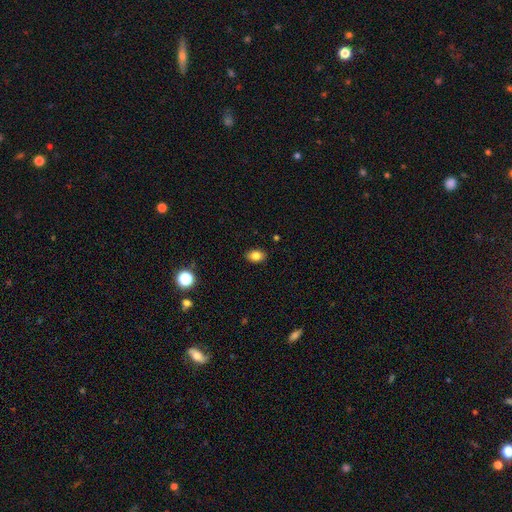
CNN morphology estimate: This appears to be a smooth galaxy with no disk features (83%) that is in between round and cigar-shaped (77%). Merging: none (88%).